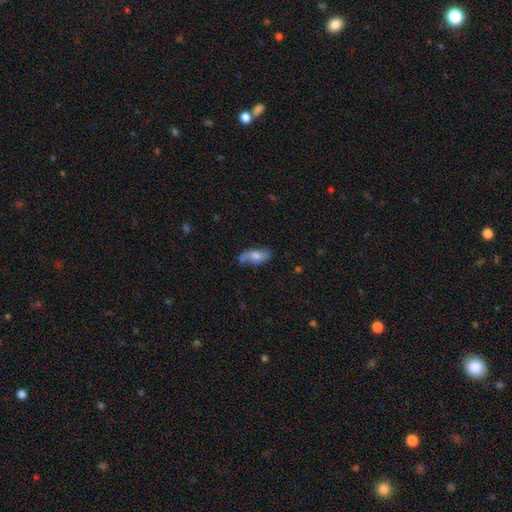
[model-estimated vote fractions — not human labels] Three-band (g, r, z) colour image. It shows a smooth galaxy with no disk features (54%) that is in between round and cigar-shaped (79%). Merging: none (54%).